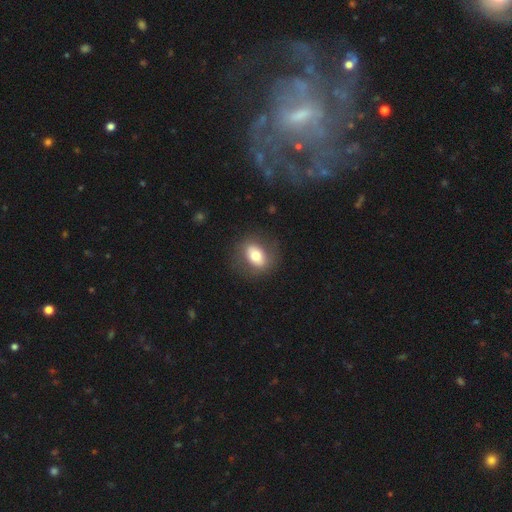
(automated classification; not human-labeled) smooth_or_featured: smooth (p=0.68) [alt: featured or disk p=0.24]
how_rounded: in between (p=0.71) [alt: round p=0.27]
merging: none (p=0.80) [alt: minor disturbance p=0.12]